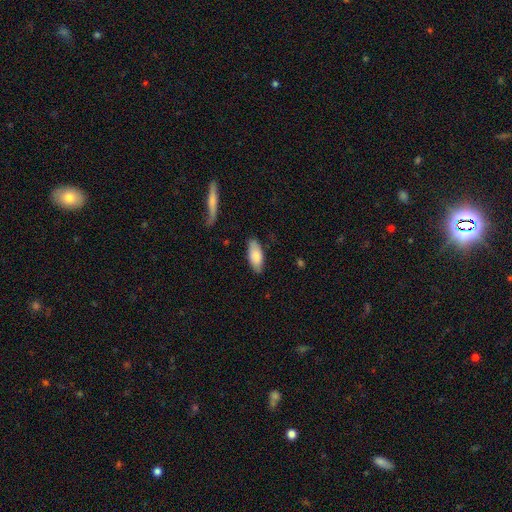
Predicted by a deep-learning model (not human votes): This is clearly a smooth galaxy (81%). How rounded: clearly in between (84%). Merging: clearly none (82%).